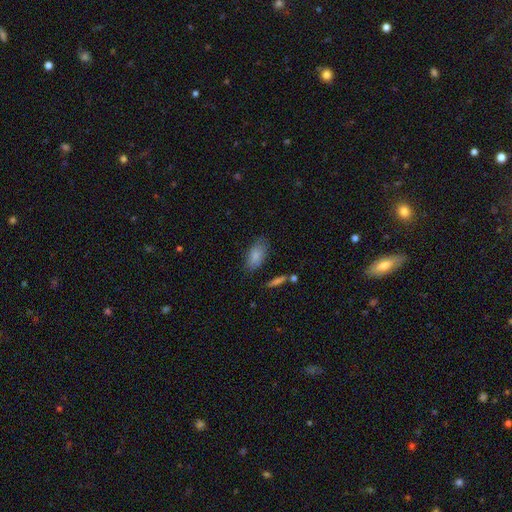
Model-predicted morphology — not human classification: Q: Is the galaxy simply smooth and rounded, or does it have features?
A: smooth — 82%.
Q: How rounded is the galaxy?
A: in between — 90%.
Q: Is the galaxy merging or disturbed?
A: none — 72%.